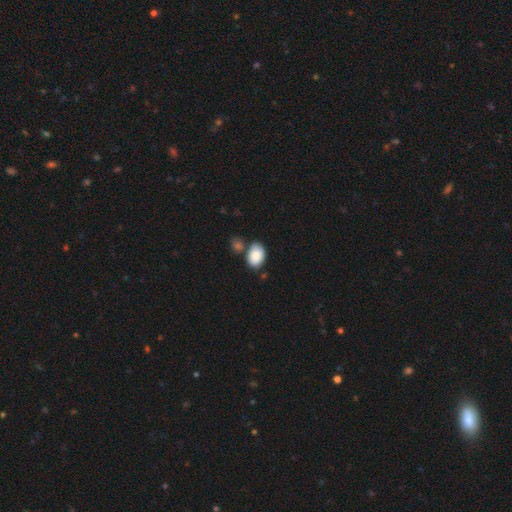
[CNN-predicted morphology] Smooth or featured? Predicted: smooth (p=0.85). How rounded? Predicted: in between (p=0.84). Merging? Predicted: none (p=0.60).